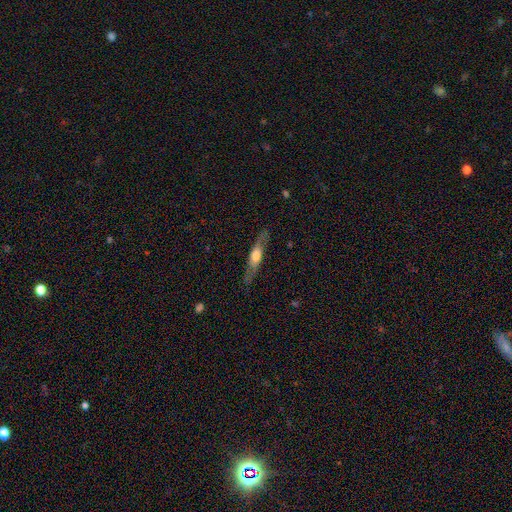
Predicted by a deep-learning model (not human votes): A featured or disk galaxy (58%) viewed edge-on (78%). Merging: none (82%).